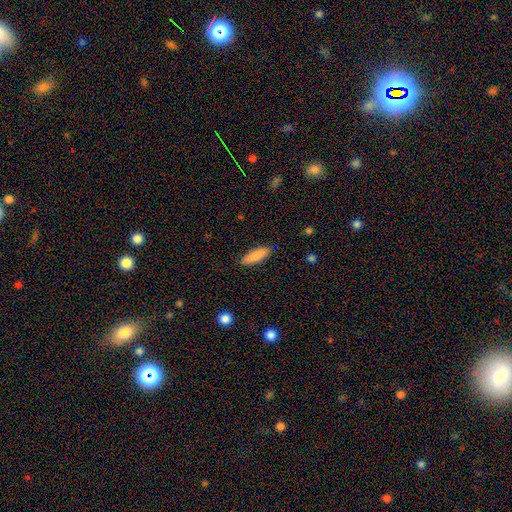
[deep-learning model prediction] Smooth or featured: smooth — 85% (featured or disk — 9%)
How rounded: cigar-shaped — 50% (in between — 48%)
Merging: none — 88% (minor disturbance — 9%)